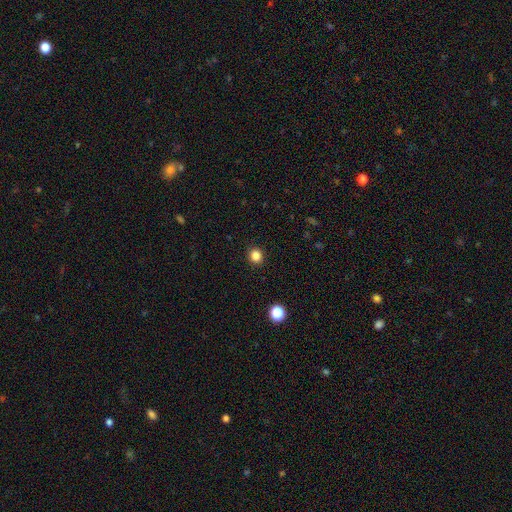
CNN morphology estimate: Smooth or featured? smooth (84%)
How rounded? round (85%)
Merging? none (92%)